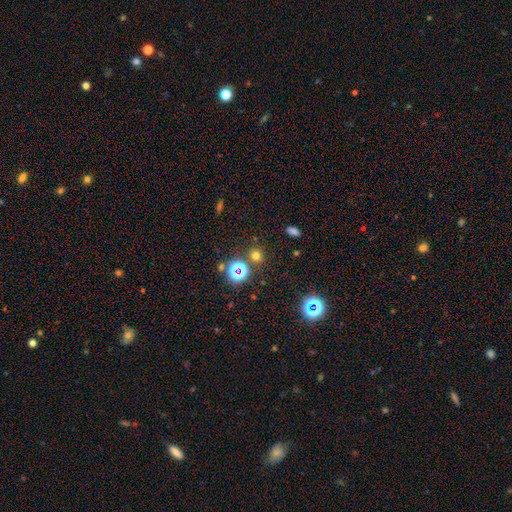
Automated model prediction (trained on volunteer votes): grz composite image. It shows a smooth galaxy with no disk features (64%) that is round (88%). Merging: none (83%).